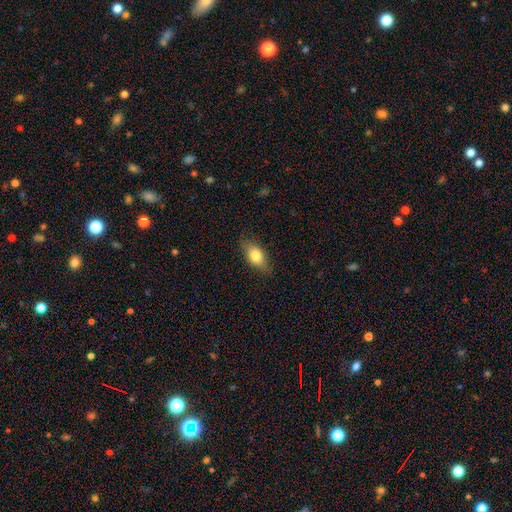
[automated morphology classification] type=smooth (78%); roundness=in between (85%); merging=none (82%).